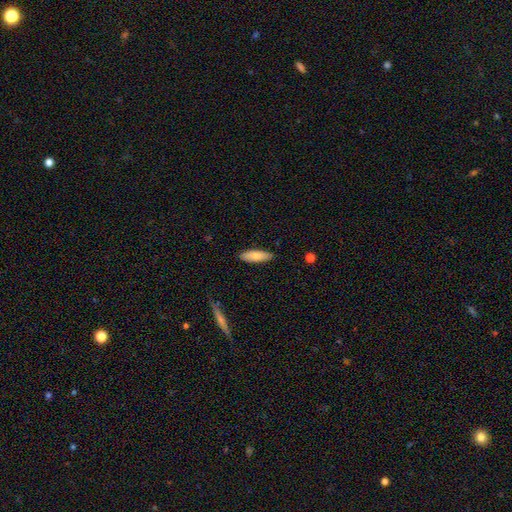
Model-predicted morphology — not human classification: Smooth or featured? smooth (77%)
How rounded? in between (54%)
Merging? none (87%)